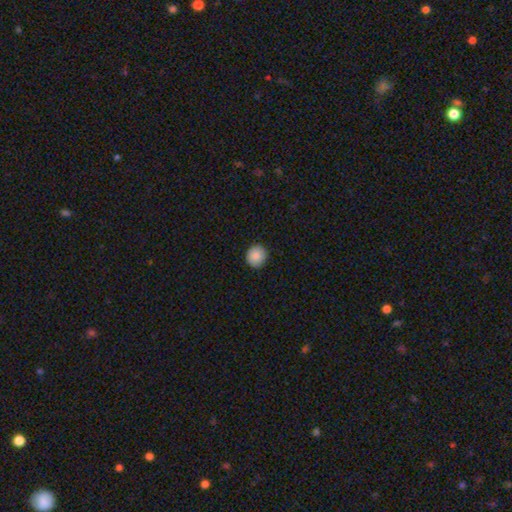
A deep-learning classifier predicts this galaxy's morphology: Smooth or featured? Predicted: smooth (p=0.88). How rounded? Predicted: round (p=0.89). Merging? Predicted: none (p=0.91).